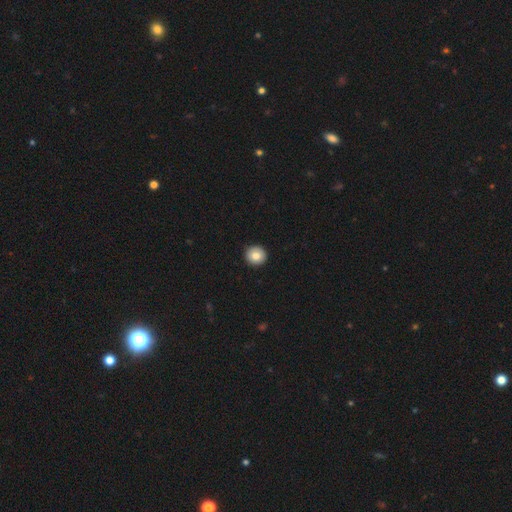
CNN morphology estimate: smooth 82%, featured or disk 10%, star or artifact 8%. Down the decision tree: how rounded — round (93%); merging — none (93%).